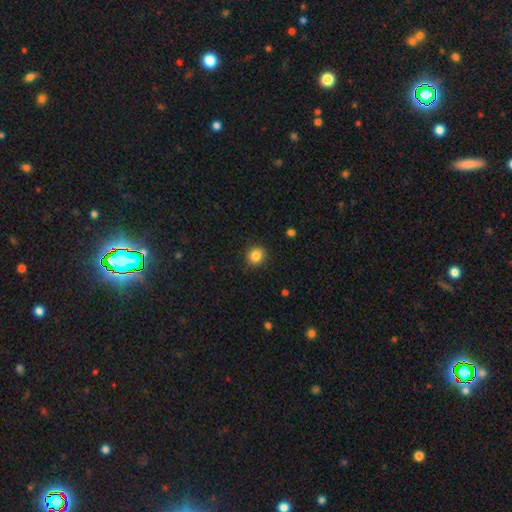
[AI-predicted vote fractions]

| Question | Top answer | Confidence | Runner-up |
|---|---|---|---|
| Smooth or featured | smooth | 85% | star or artifact (10%) |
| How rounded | round | 85% | in between (14%) |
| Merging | none | 88% | minor disturbance (9%) |